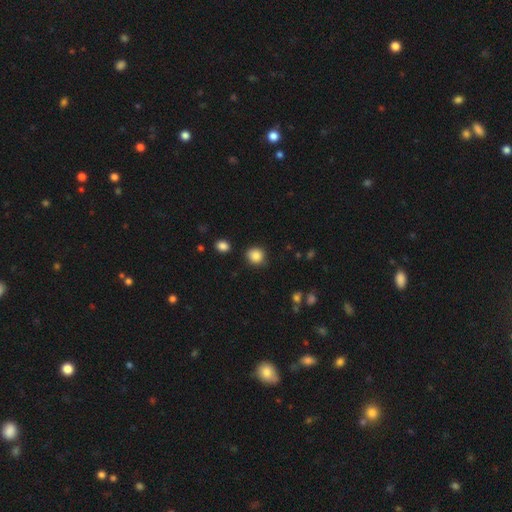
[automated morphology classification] A smooth galaxy with no disk features (87%) that is round (87%).

Vote fractions:
- Smooth or featured? smooth: 87% / star or artifact: 9% / featured or disk: 4%
- How rounded? round: 87% / in between: 12% / cigar-shaped: 1%
- Merging? none: 86% / minor disturbance: 9% / major disturbance: 3% / merger: 2%